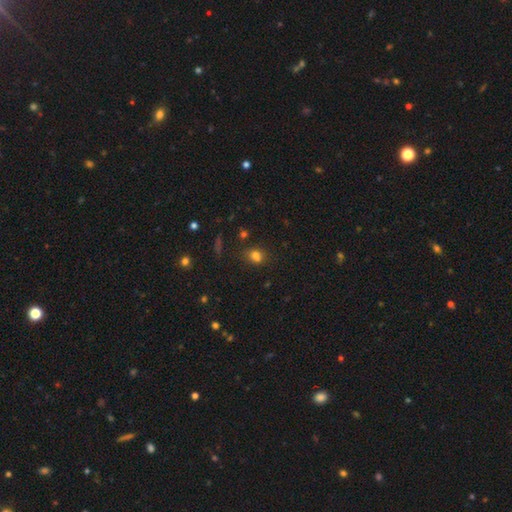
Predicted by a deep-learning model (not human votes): Smooth or featured? Predicted: smooth (p=0.73). How rounded? Predicted: in between (p=0.49, tied with round). Merging? Predicted: none (p=0.60).